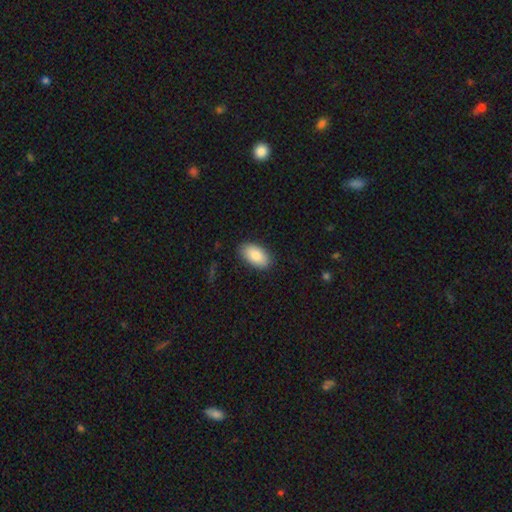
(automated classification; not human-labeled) A smooth galaxy with no disk features (85%) that is in between round and cigar-shaped (94%).

Vote fractions:
- Smooth or featured? smooth: 85% / featured or disk: 9% / star or artifact: 6%
- How rounded? in between: 94% / round: 4% / cigar-shaped: 2%
- Merging? none: 87% / minor disturbance: 10% / major disturbance: 2% / merger: 1%